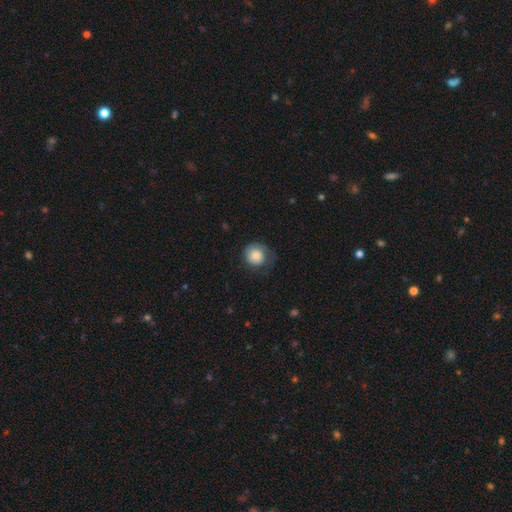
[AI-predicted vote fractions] smooth-or-featured: smooth: 75% | featured or disk: 18% | star or artifact: 7%
  how-rounded: round: 87% | in between: 12% | cigar-shaped: 1%
  merging: none: 52% | minor disturbance: 25% | major disturbance: 21% | merger: 1%